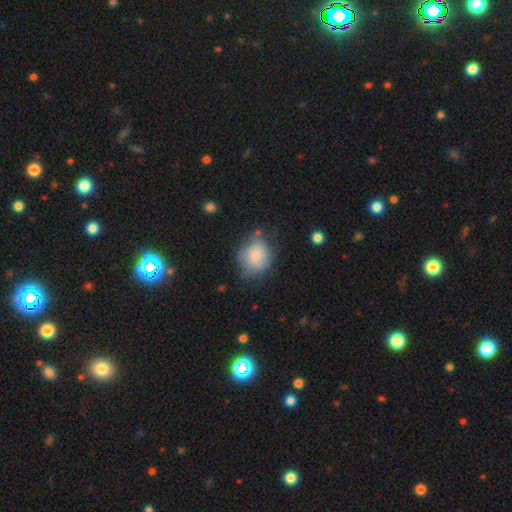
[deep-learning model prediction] This is likely a smooth galaxy (74%). How rounded: likely round (69%). Merging: possibly none (52%).